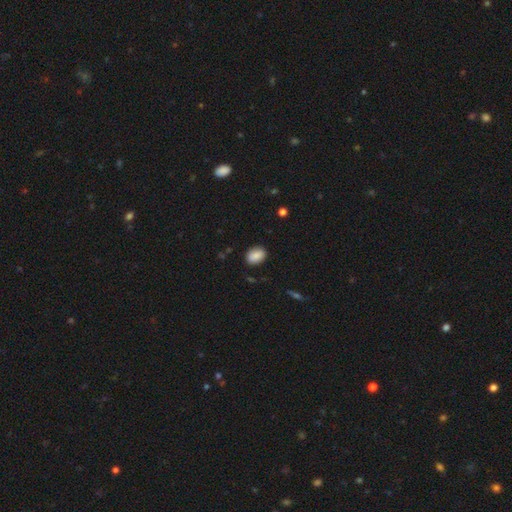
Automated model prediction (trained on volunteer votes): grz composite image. It shows a smooth galaxy with no disk features (88%) that is in between round and cigar-shaped (79%). Merging: none (86%).